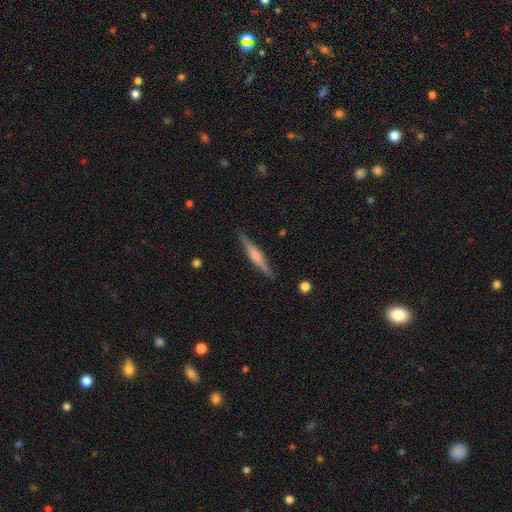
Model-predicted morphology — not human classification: A featured or disk galaxy (63%) viewed edge-on (97%) with a rounded central bulge (61%). Merging: none (89%).